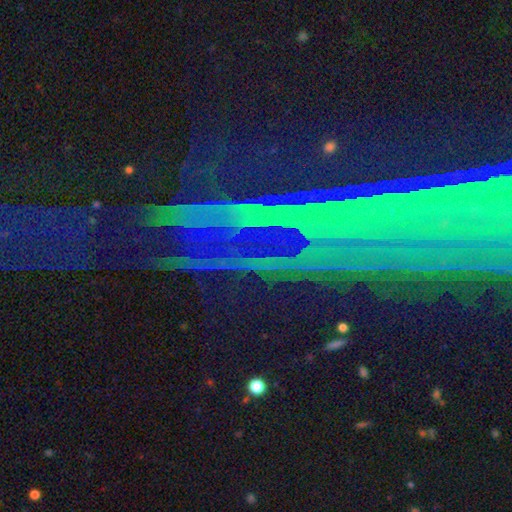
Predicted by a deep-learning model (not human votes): star or artifact 84%, featured or disk 9%, smooth 7%.